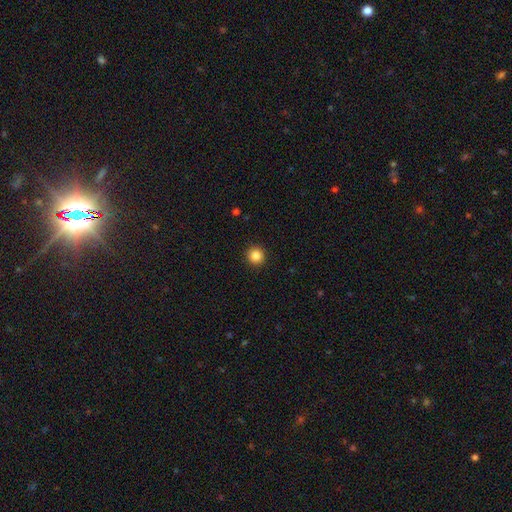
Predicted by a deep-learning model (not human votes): Overall: smooth (85%). How rounded: round (96%). Merging: none (93%).